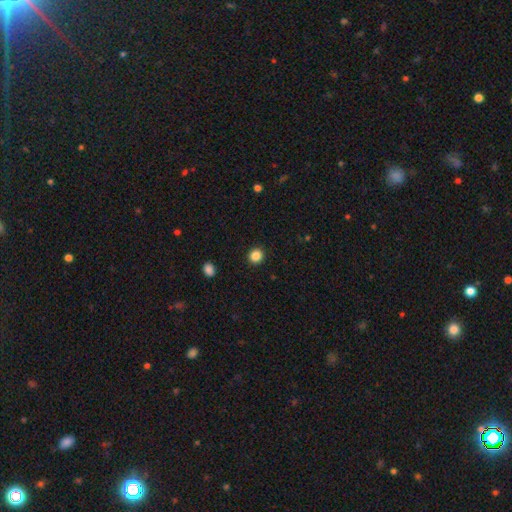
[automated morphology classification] Smooth or featured? Predicted: smooth (p=0.86). How rounded? Predicted: round (p=0.86). Merging? Predicted: none (p=0.92).